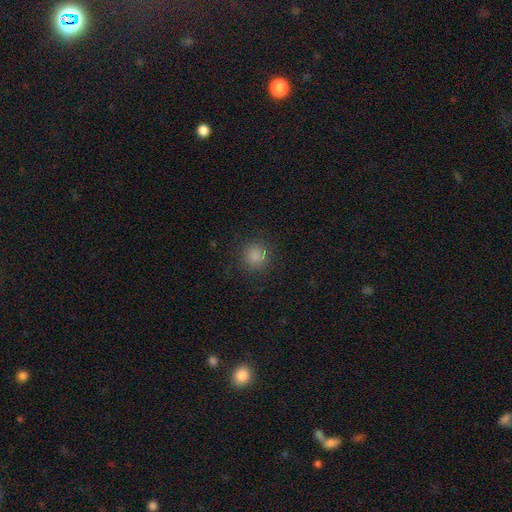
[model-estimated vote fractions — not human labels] Morphology: type=smooth (83%); roundness=round (92%); merging=none (87%).